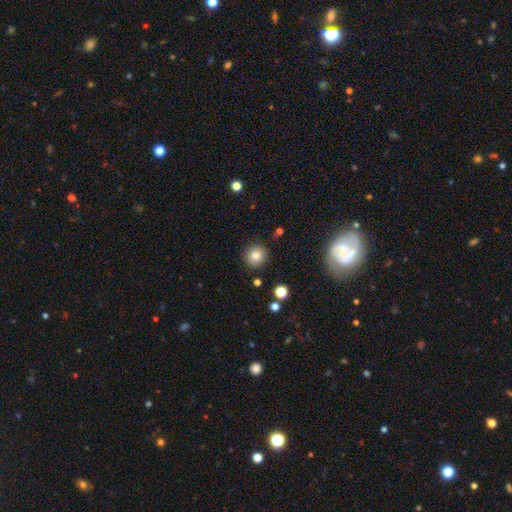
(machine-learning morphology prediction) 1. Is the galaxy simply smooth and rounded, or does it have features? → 82% smooth, 11% star or artifact, 7% featured or disk.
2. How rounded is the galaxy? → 94% round, 5% in between, 1% cigar-shaped.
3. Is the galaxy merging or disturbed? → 90% none, 6% minor disturbance, 2% major disturbance, 2% merger.